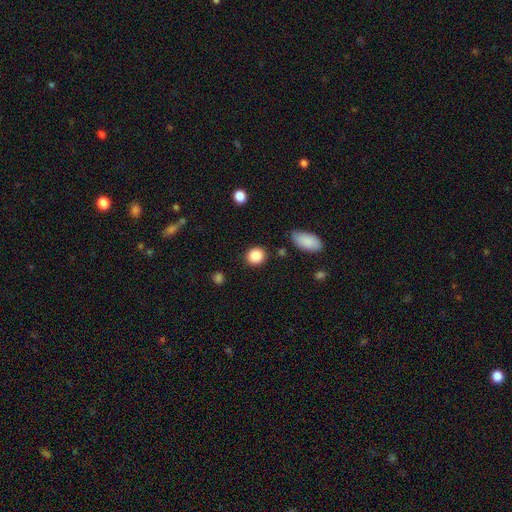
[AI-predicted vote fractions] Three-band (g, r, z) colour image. It shows a smooth galaxy with no disk features (88%) that is round (82%). Merging: none (86%).